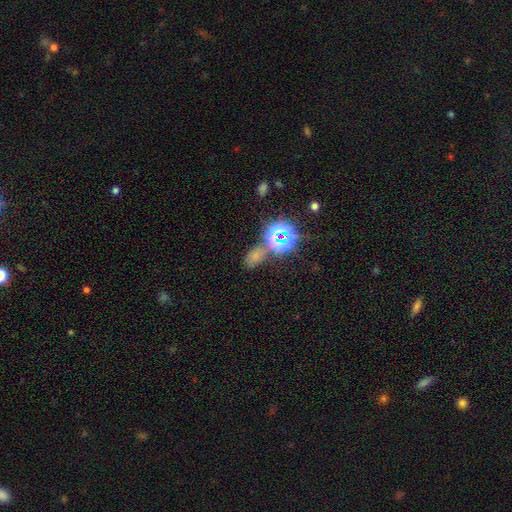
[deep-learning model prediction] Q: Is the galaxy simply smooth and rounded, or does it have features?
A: smooth — 48%.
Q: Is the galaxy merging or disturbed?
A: none — 57%.